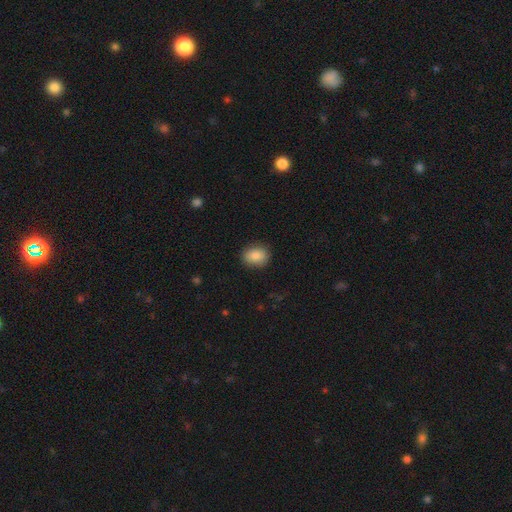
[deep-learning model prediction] smooth-or-featured: smooth: 86% | star or artifact: 8% | featured or disk: 6%
  how-rounded: in between: 61% | round: 38% | cigar-shaped: 1%
  merging: none: 87% | minor disturbance: 10% | major disturbance: 2% | merger: 1%